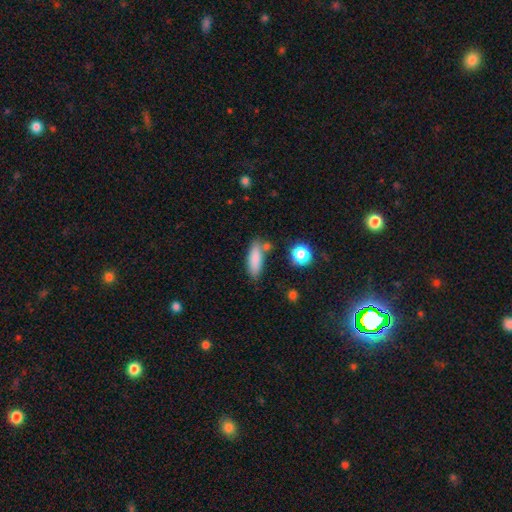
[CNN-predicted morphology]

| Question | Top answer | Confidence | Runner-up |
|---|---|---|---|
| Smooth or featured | smooth | 84% | star or artifact (8%) |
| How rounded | in between | 58% | cigar-shaped (39%) |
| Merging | none | 70% | minor disturbance (16%) |